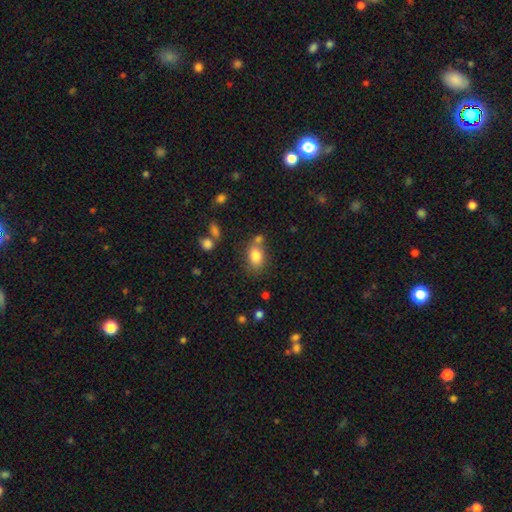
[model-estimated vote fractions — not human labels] This appears to be a smooth galaxy with no disk features (82%) that is in between round and cigar-shaped (80%). Merging: none (59%).